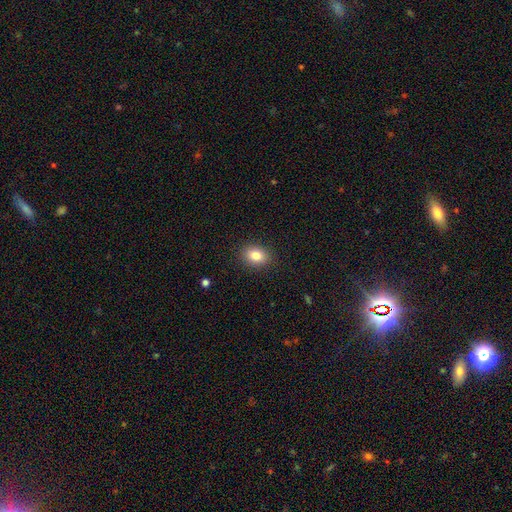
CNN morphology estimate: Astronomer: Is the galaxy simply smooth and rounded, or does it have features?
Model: smooth — 84%.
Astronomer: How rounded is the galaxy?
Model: in between — 71%.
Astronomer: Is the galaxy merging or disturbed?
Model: none — 89%.